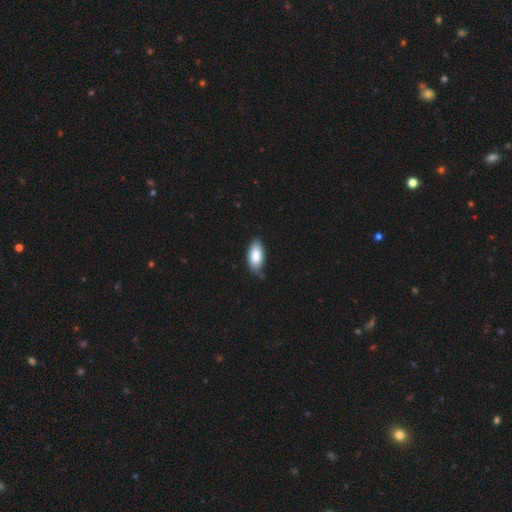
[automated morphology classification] The model was most divided on "merging": none: 76%, minor disturbance: 19%, major disturbance: 3%, merger: 2%. More confident: how rounded — in between (92%); smooth or featured — smooth (85%).